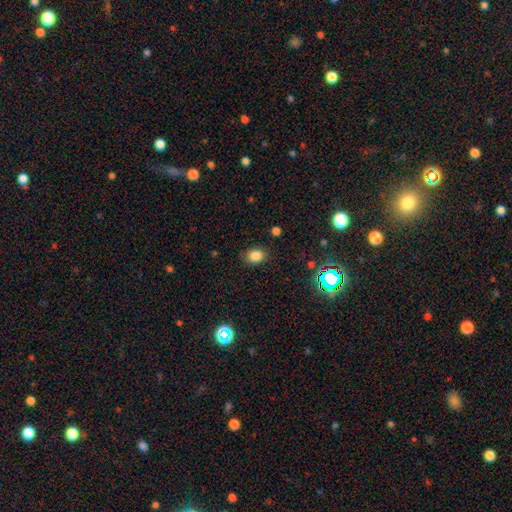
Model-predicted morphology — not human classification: smooth-or-featured: smooth: 83% | star or artifact: 12% | featured or disk: 5%
  how-rounded: in between: 56% | round: 43% | cigar-shaped: 1%
  merging: none: 82% | minor disturbance: 14% | major disturbance: 3% | merger: 1%